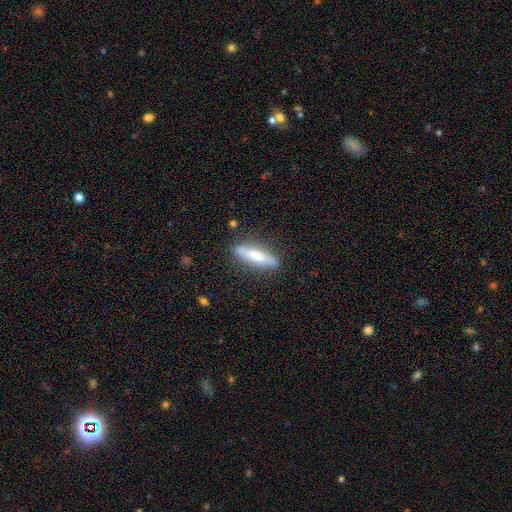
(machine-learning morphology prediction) Smooth or featured? smooth (62%)
How rounded? cigar-shaped (76%)
Merging? none (82%)